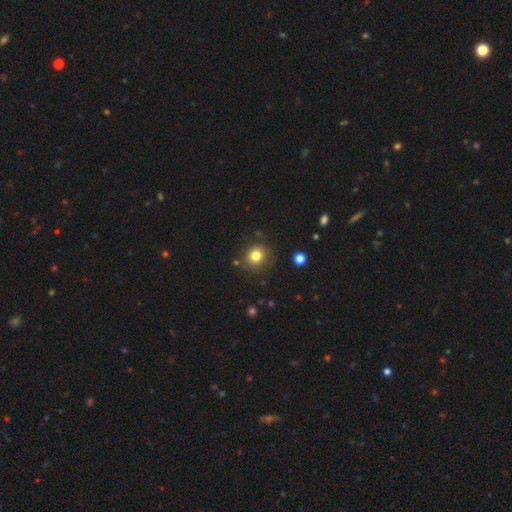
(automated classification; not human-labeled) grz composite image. It shows a smooth galaxy with no disk features (81%) that is round (90%). Merging: none (86%).